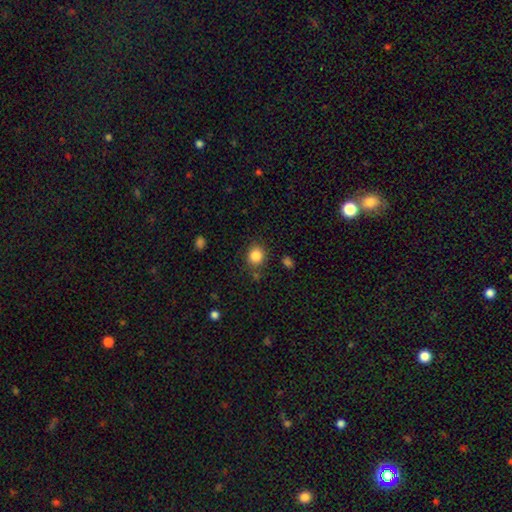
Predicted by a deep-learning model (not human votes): Smooth or featured?
  - smooth: 85% *
  - star or artifact: 10%
  - featured or disk: 5%
How rounded?
  - round: 79% *
  - in between: 20%
  - cigar-shaped: 1%
Merging?
  - none: 83% *
  - minor disturbance: 10%
  - major disturbance: 3%
  - merger: 3%